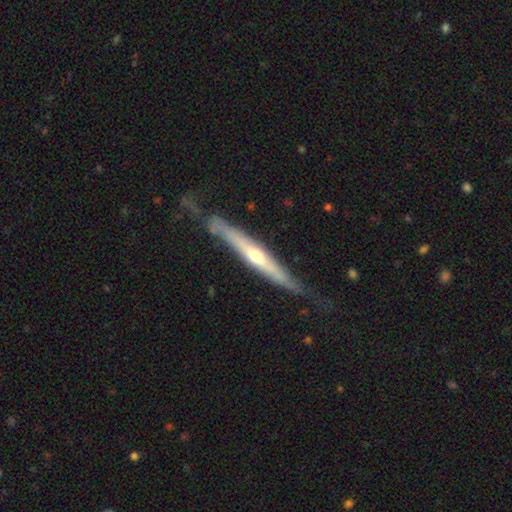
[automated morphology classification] Q: Smooth or featured?
A: featured or disk (68%); runner-up: smooth (27%)
Q: Edge-on disk?
A: yes (92%); runner-up: no (8%)
Q: Edge-on bulge?
A: rounded (77%); runner-up: none (18%)
Q: Merging?
A: none (69%); runner-up: minor disturbance (22%)